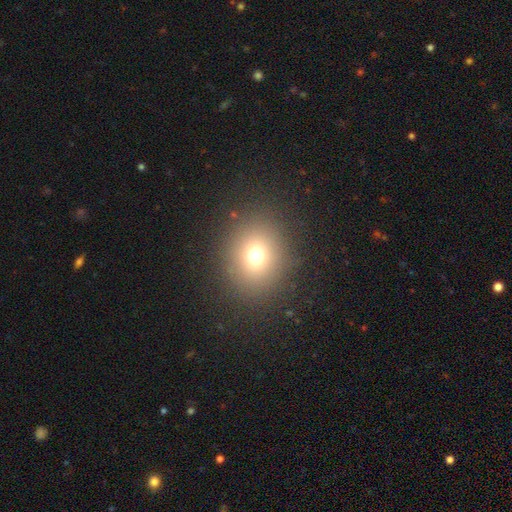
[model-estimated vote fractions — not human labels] Smooth or featured? Predicted: smooth (p=0.71). How rounded? Predicted: round (p=0.79). Merging? Predicted: none (p=0.87).